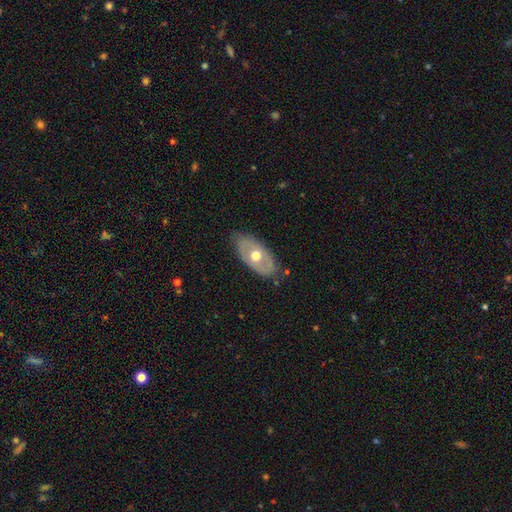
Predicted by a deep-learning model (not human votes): This appears to be a featured or disk galaxy (52%). Merging: none (75%).